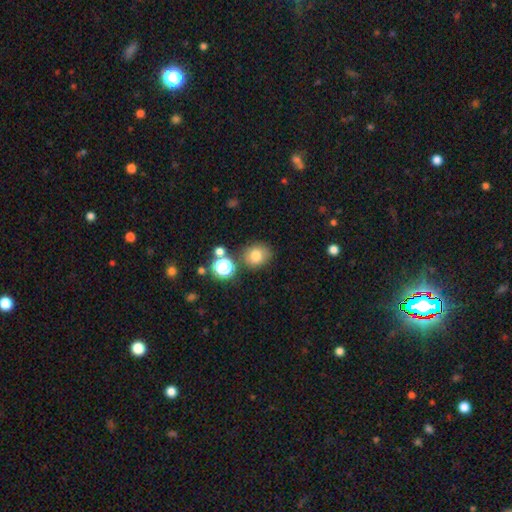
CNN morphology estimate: This appears to be a smooth galaxy with no disk features (76%) that is round (69%). Merging: none (74%).